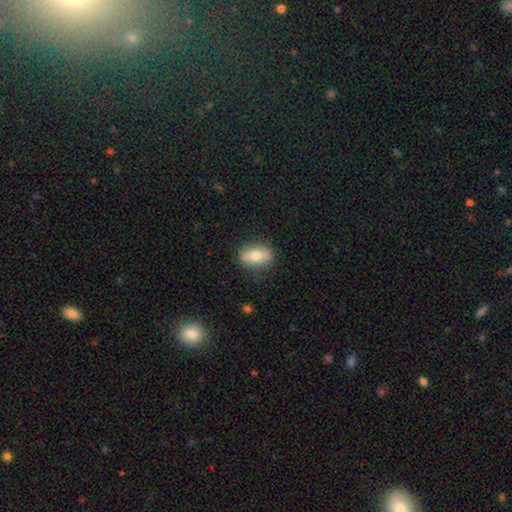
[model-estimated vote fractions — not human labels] Smooth or featured? smooth (63%)
How rounded? in between (77%)
Merging? none (83%)